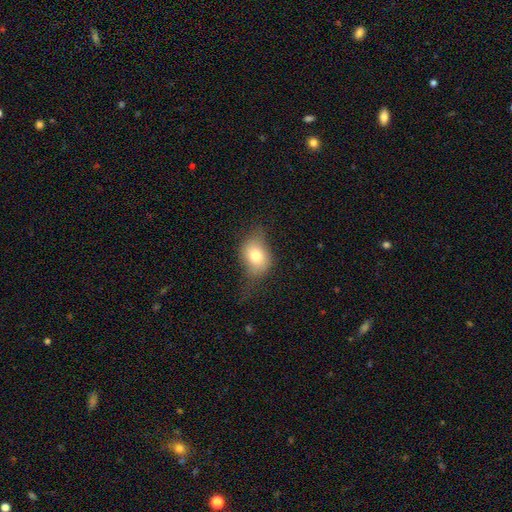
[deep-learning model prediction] This is likely a smooth galaxy (72%). How rounded: likely in between (66%). Merging: possibly none (46%).